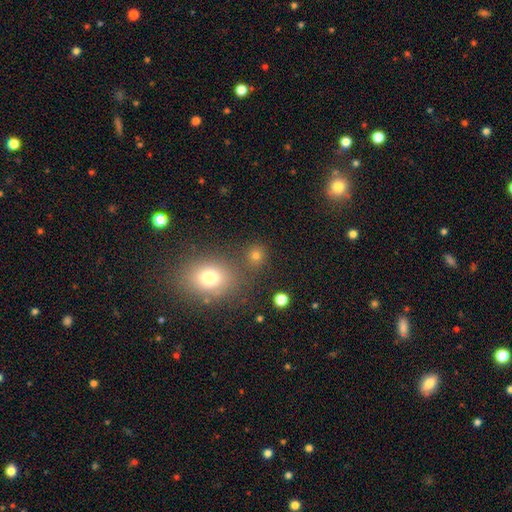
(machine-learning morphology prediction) type=smooth (72%); roundness=round (81%); merging=none (75%).